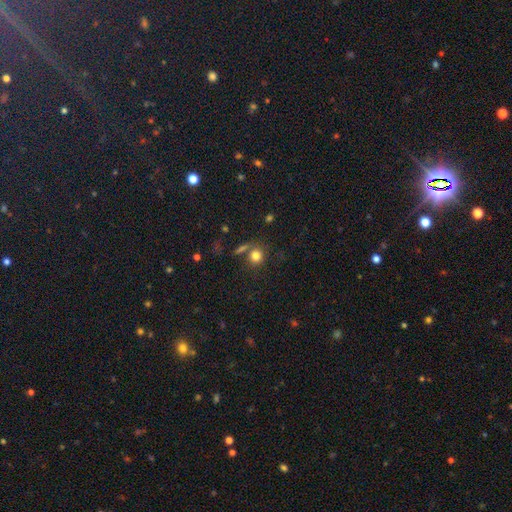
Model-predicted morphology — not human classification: This appears to be a smooth galaxy with no disk features (80%) that is round (84%). Merging: none (69%).